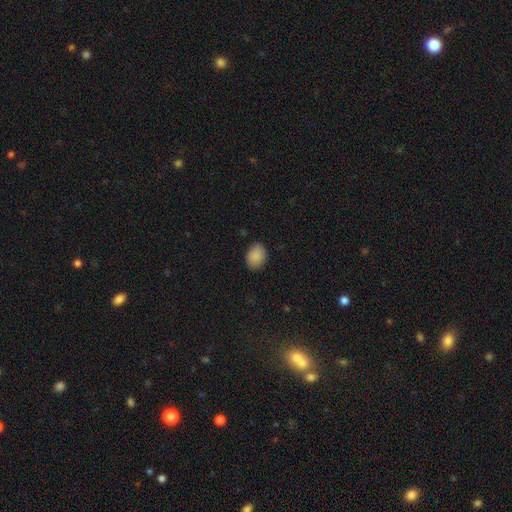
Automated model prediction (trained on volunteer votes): smooth-or-featured: smooth: 89% | star or artifact: 8% | featured or disk: 3%
  how-rounded: in between: 68% | round: 31% | cigar-shaped: 1%
  merging: none: 84% | minor disturbance: 13% | major disturbance: 3% | merger: 1%